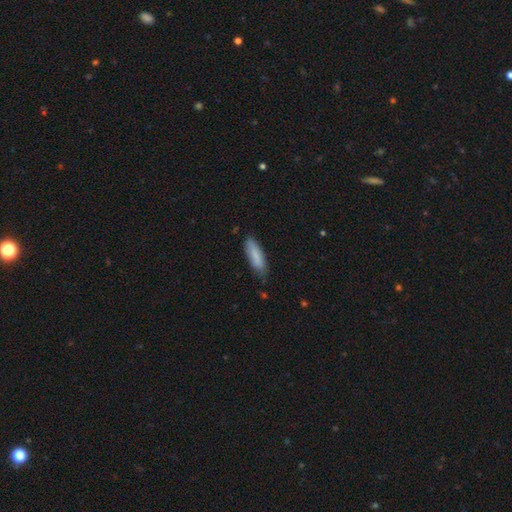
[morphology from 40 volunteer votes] Smooth or featured? smooth (95%)
How rounded? cigar-shaped (53%)
Merging? none (87%)